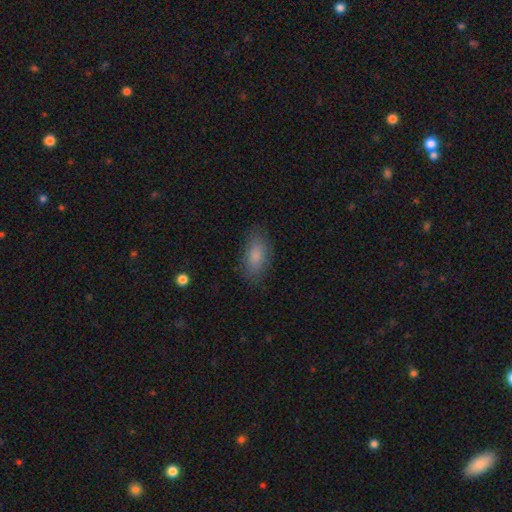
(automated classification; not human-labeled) The model was most divided on "merging": none: 82%, minor disturbance: 13%, major disturbance: 4%, merger: 1%. More confident: how rounded — in between (88%); smooth or featured — smooth (85%).